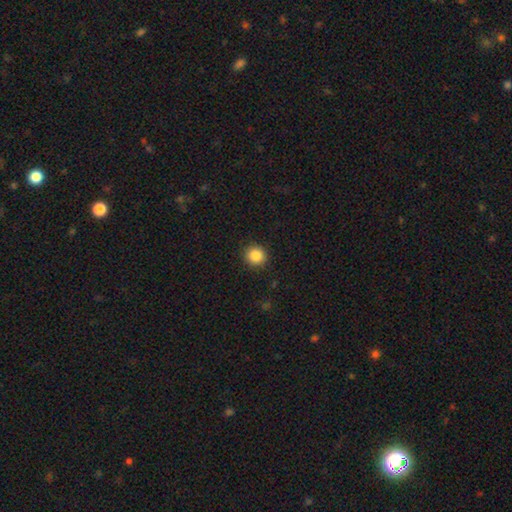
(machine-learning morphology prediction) smooth_or_featured: smooth (p=0.85) [alt: star or artifact p=0.10]
how_rounded: round (p=0.92) [alt: in between p=0.07]
merging: none (p=0.92) [alt: minor disturbance p=0.06]